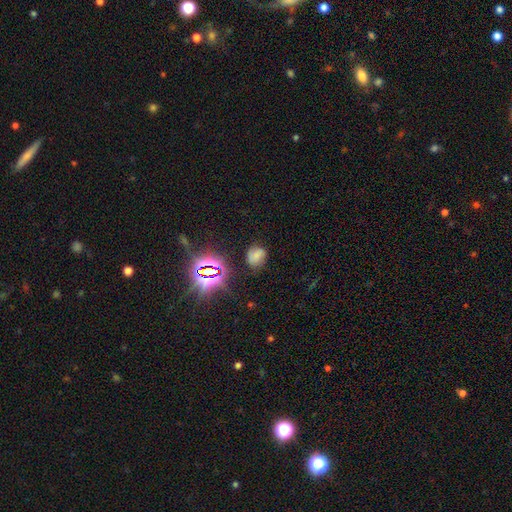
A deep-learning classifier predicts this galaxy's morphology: smooth 54%, star or artifact 25%, featured or disk 21%. Down the decision tree: how rounded — round (52%); merging — none (69%).